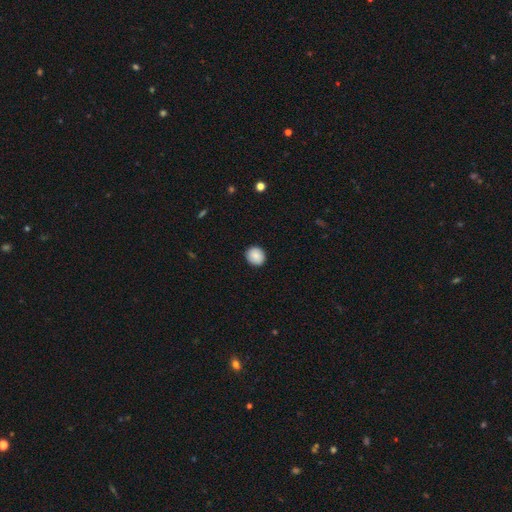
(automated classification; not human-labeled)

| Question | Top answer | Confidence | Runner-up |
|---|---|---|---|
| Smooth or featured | smooth | 88% | star or artifact (7%) |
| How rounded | round | 83% | in between (16%) |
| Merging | none | 91% | minor disturbance (7%) |